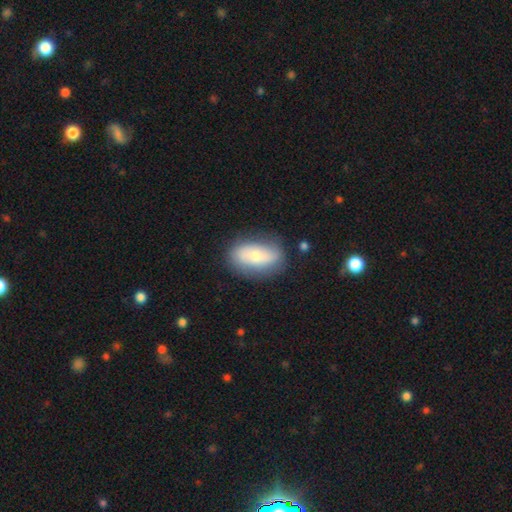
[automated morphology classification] Smooth or featured: smooth — 58% (featured or disk — 35%)
How rounded: in between — 88% (round — 7%)
Merging: none — 76% (minor disturbance — 17%)